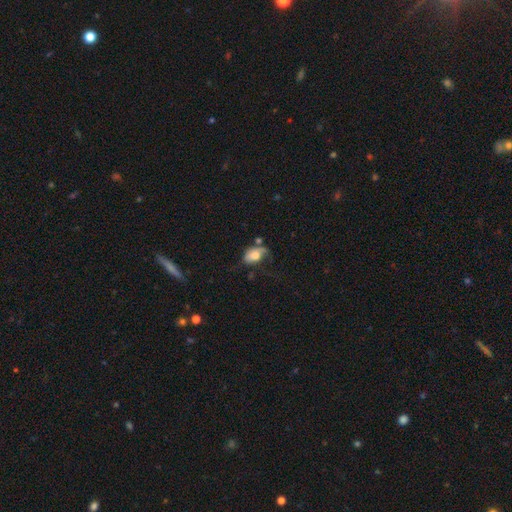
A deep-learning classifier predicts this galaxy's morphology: Overall: smooth (68%). How rounded: in between (85%). Merging: minor disturbance (31%, tied with none).